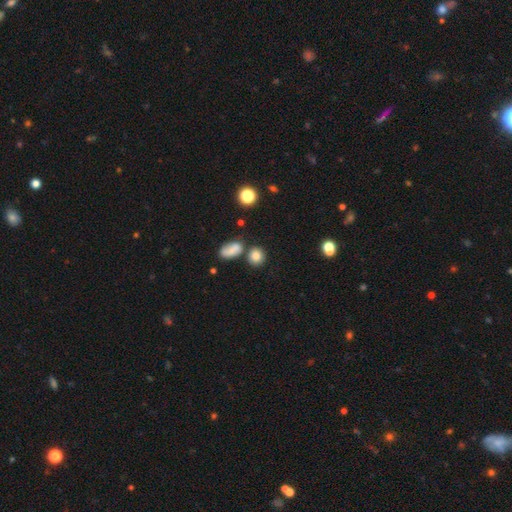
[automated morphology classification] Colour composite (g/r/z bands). It shows a smooth galaxy with no disk features (82%) that is round (72%). Merging: none (68%).